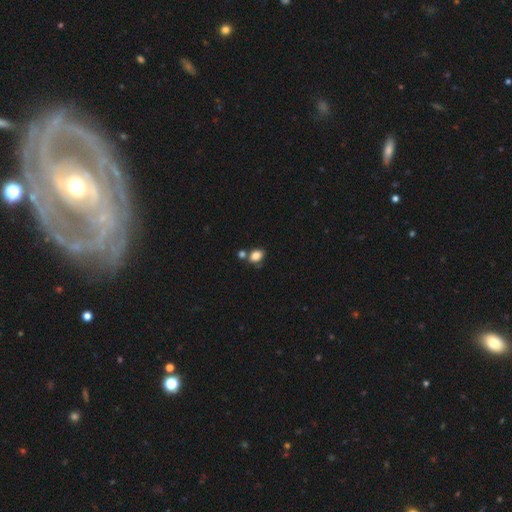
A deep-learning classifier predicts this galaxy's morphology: Smooth or featured: smooth — 84% (star or artifact — 10%)
How rounded: in between — 70% (round — 29%)
Merging: none — 58% (merger — 22%)